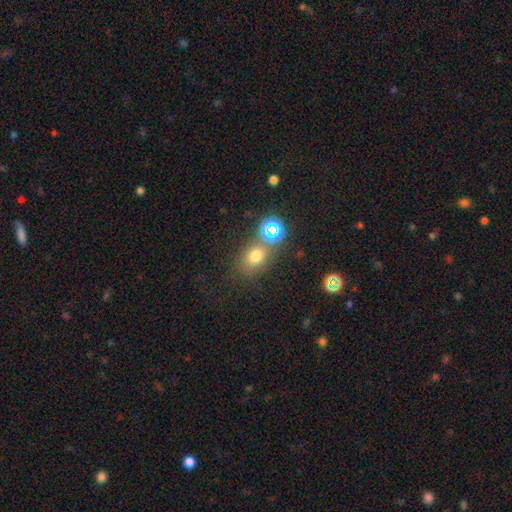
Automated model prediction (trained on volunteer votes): Smooth or featured: smooth — 68% (star or artifact — 23%)
How rounded: in between — 53% (round — 46%)
Merging: none — 66% (merger — 17%)